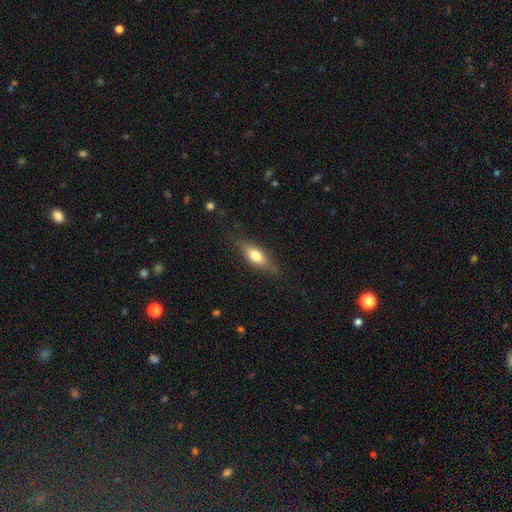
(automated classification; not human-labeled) smooth_or_featured: smooth (p=0.63) [alt: featured or disk p=0.30]
how_rounded: in between (p=0.62) [alt: cigar-shaped p=0.35]
merging: none (p=0.79) [alt: minor disturbance p=0.16]